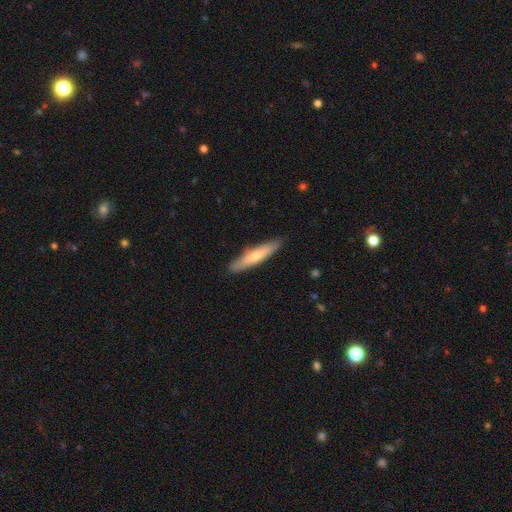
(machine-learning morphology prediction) A smooth galaxy with no disk features (60%) that is cigar-shaped (85%). Merging: none (87%).